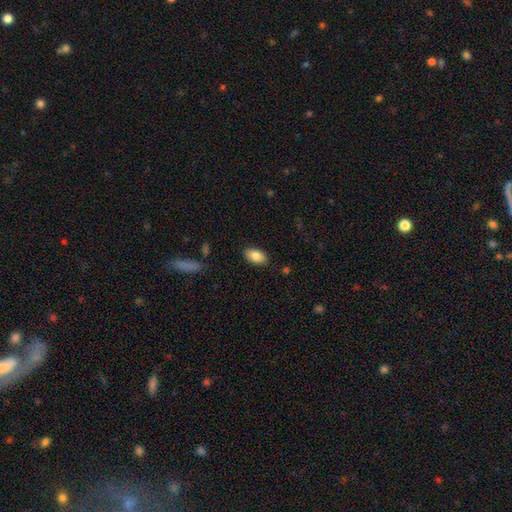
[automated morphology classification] This appears to be a smooth galaxy with no disk features (84%) that is in between round and cigar-shaped (93%). Merging: none (86%).